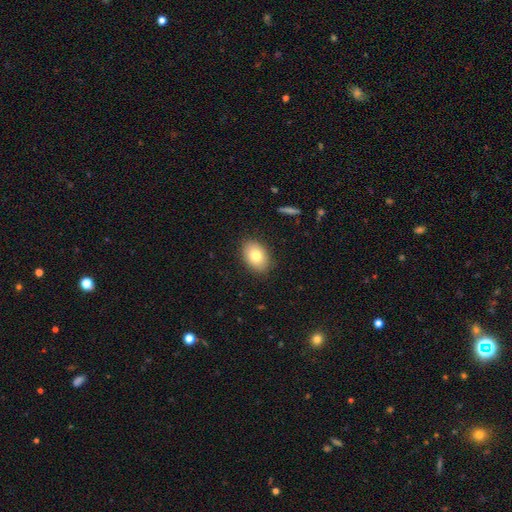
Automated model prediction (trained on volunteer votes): Smooth or featured?
  - smooth: 80% *
  - featured or disk: 12%
  - star or artifact: 8%
How rounded?
  - in between: 81% *
  - round: 18%
  - cigar-shaped: 1%
Merging?
  - none: 88% *
  - minor disturbance: 9%
  - major disturbance: 2%
  - merger: 1%